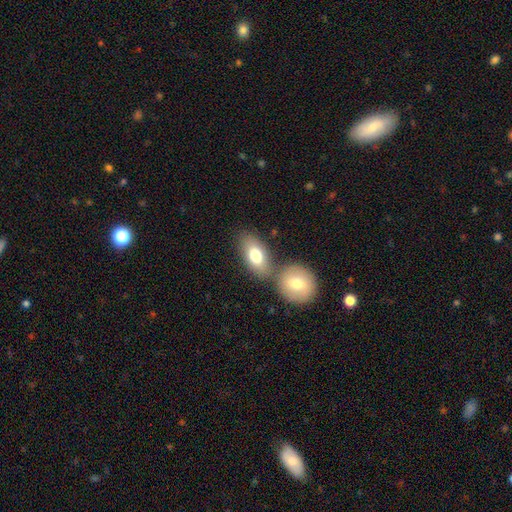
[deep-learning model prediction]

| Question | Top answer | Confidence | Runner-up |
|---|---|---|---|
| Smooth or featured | smooth | 76% | featured or disk (17%) |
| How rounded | in between | 86% | round (11%) |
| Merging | none | 51% | merger (34%) |